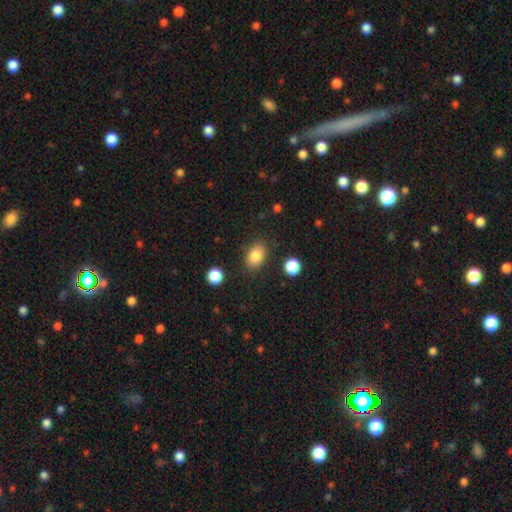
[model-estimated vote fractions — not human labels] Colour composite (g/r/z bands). It shows a smooth galaxy with no disk features (85%) that is in between round and cigar-shaped (81%). Merging: none (84%).